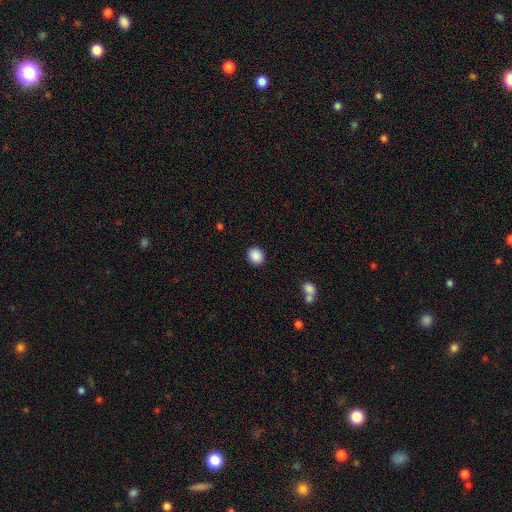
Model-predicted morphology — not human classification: Smooth or featured: smooth — 89% (star or artifact — 8%)
How rounded: round — 83% (in between — 16%)
Merging: none — 90% (minor disturbance — 6%)